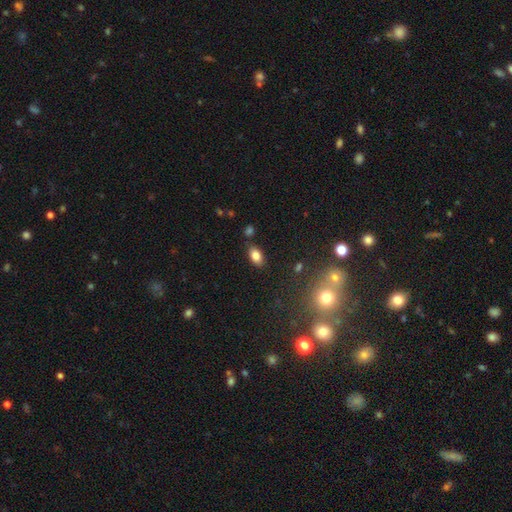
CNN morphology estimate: A smooth galaxy with no disk features (81%) that is in between round and cigar-shaped (90%). Merging: none (81%).